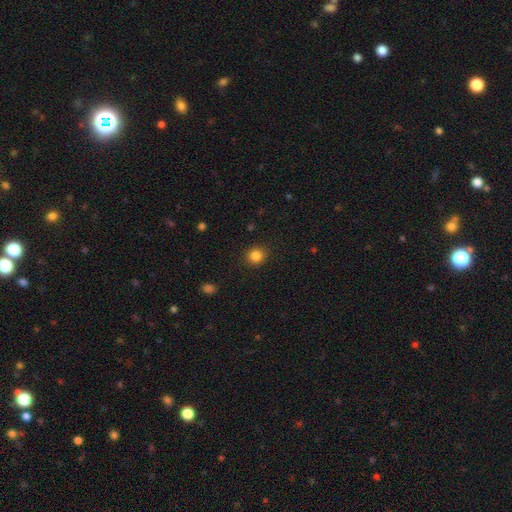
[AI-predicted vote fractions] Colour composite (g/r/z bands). It shows a smooth galaxy with no disk features (84%) that is round (88%). Merging: none (89%).